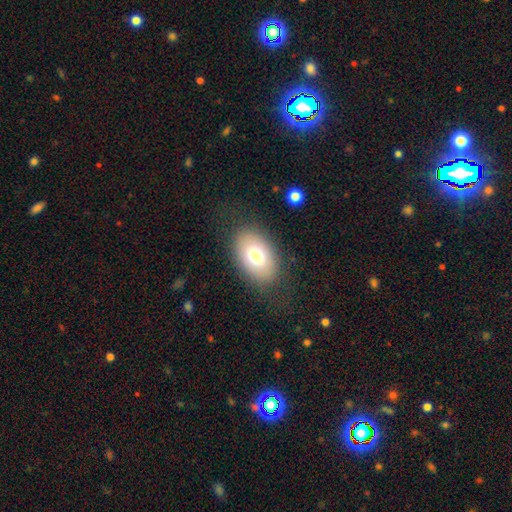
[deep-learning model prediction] A smooth galaxy with no disk features (74%) that is in between round and cigar-shaped (89%).

Vote fractions:
- Smooth or featured? smooth: 74% / featured or disk: 17% / star or artifact: 9%
- How rounded? in between: 89% / round: 10% / cigar-shaped: 1%
- Merging? none: 79% / minor disturbance: 13% / major disturbance: 6% / merger: 1%